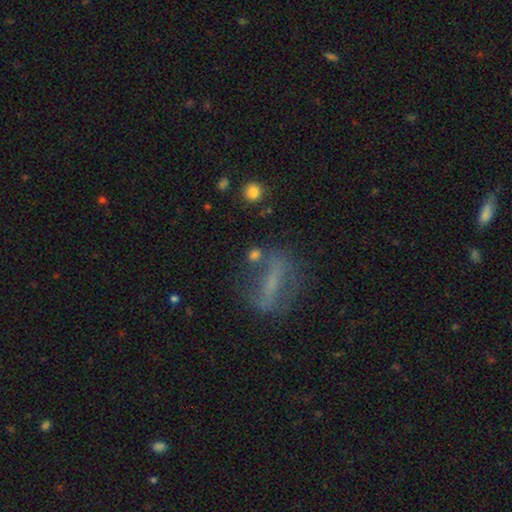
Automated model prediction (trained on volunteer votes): This is possibly a featured or disk galaxy (48%). Merging: possibly none (59%).